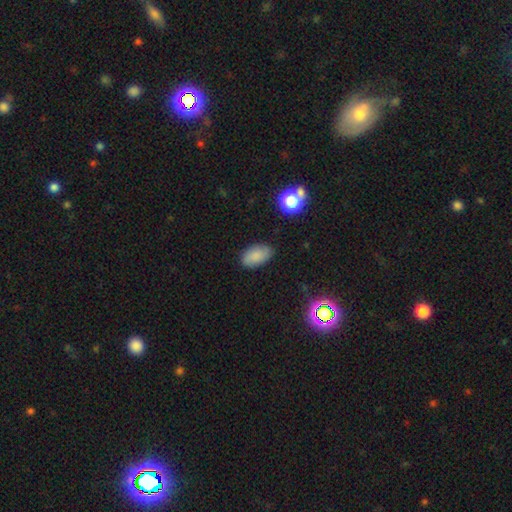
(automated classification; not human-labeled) smooth_or_featured: smooth (p=0.84) [alt: star or artifact p=0.09]
how_rounded: in between (p=0.93) [alt: round p=0.05]
merging: none (p=0.84) [alt: minor disturbance p=0.12]